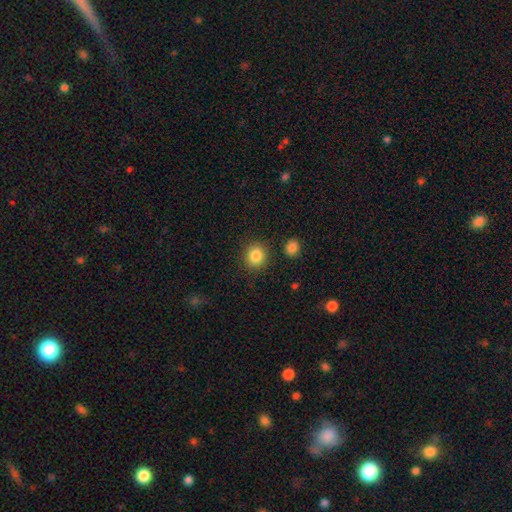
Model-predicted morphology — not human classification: This is clearly a smooth galaxy (86%). How rounded: clearly round (85%). Merging: clearly none (87%).